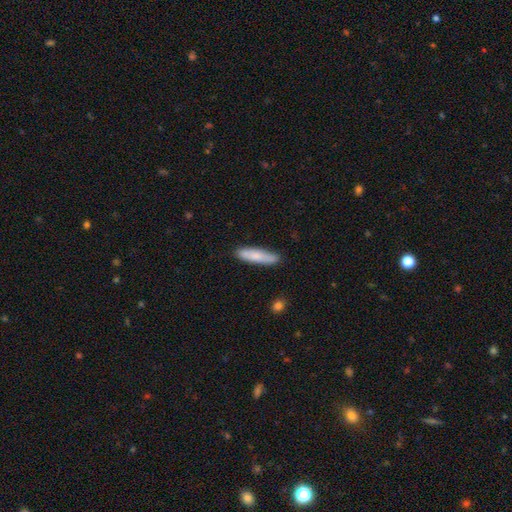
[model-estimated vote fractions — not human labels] The model was most divided on "smooth or featured": smooth: 77%, featured or disk: 17%, star or artifact: 5%. More confident: merging — none (84%); how rounded — cigar-shaped (79%).